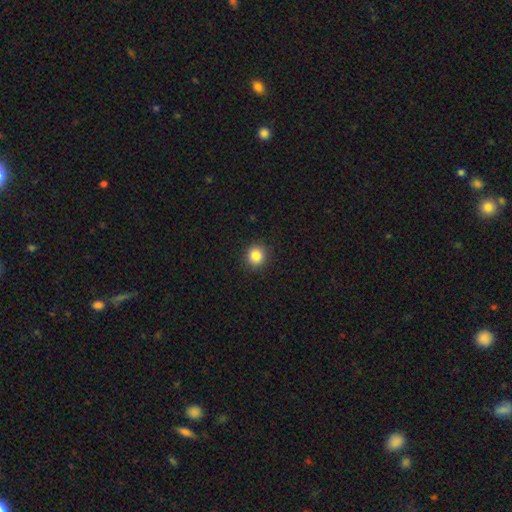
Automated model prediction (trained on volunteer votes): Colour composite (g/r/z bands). It shows a smooth galaxy with no disk features (85%) that is round (90%). Merging: none (91%).